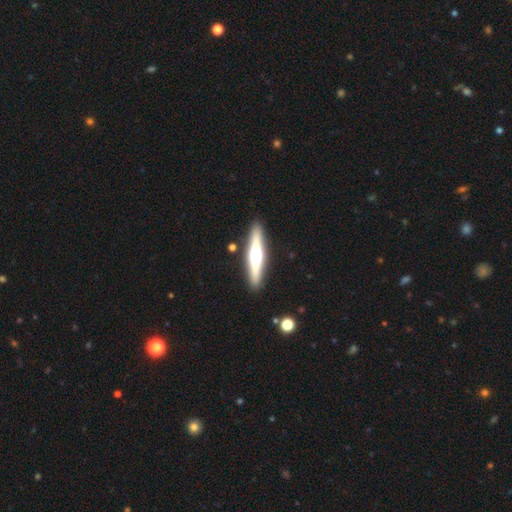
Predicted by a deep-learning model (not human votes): The model was most divided on "smooth or featured": featured or disk: 61%, smooth: 34%, star or artifact: 6%. More confident: edge-on disk — yes (96%); merging — none (90%); edge-on bulge — rounded (81%).